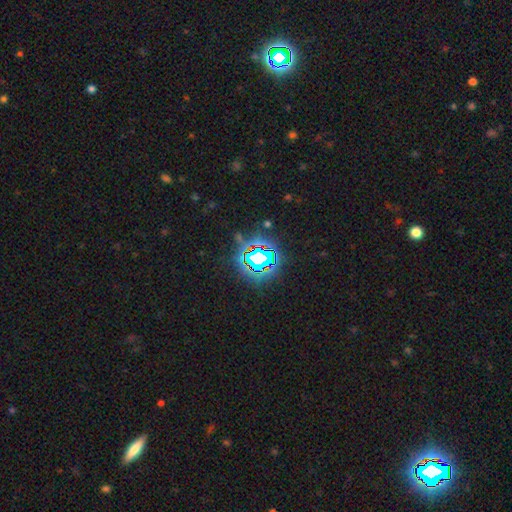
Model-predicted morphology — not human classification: type=star or artifact (74%).